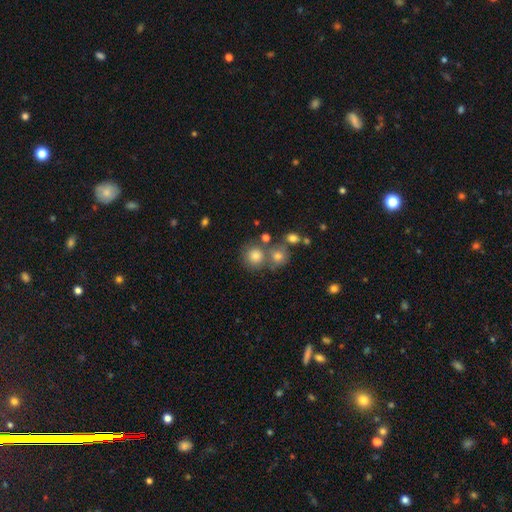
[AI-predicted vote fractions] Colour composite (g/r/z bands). It shows a smooth galaxy with no disk features (75%) that is round (88%). Merging: none (63%).